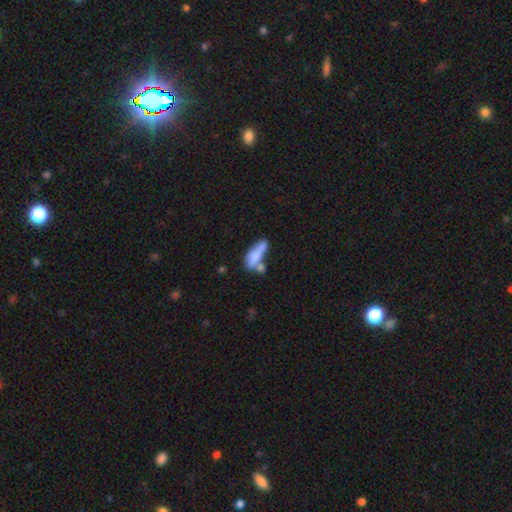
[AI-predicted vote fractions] Morphology: type=smooth (61%); roundness=in between (62%); merging=merger (45%).